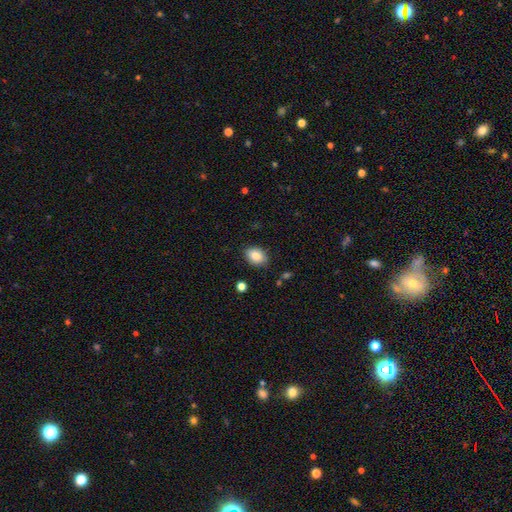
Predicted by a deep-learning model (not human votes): Smooth or featured: smooth — 86% (star or artifact — 8%)
How rounded: in between — 74% (round — 25%)
Merging: none — 86% (minor disturbance — 10%)